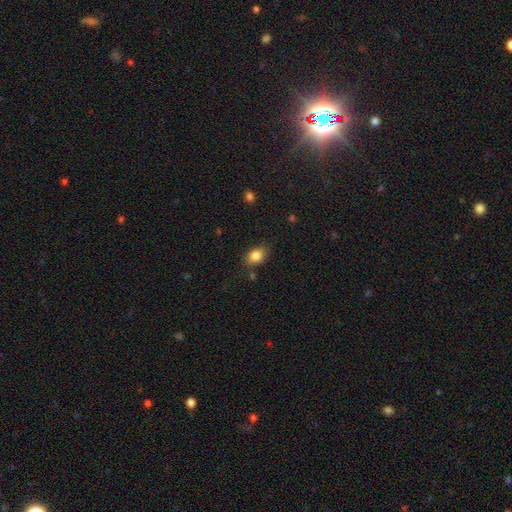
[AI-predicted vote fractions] Smooth or featured?
  - smooth: 83% *
  - star or artifact: 9%
  - featured or disk: 8%
How rounded?
  - in between: 77% *
  - round: 21%
  - cigar-shaped: 2%
Merging?
  - none: 78% *
  - minor disturbance: 15%
  - major disturbance: 3%
  - merger: 3%